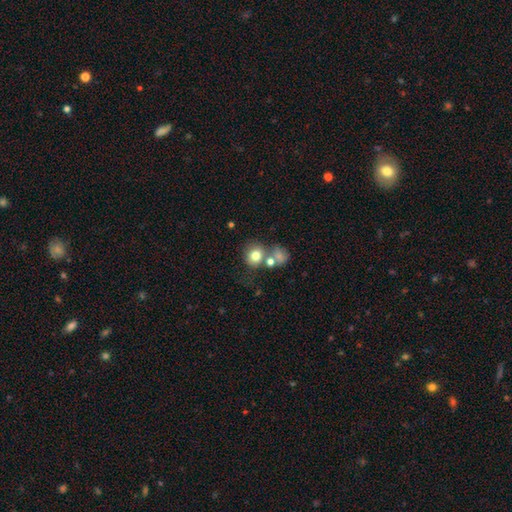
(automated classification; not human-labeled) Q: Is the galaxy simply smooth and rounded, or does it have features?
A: smooth — 76%.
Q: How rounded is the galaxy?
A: round — 78%.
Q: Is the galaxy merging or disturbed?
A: none — 51%.